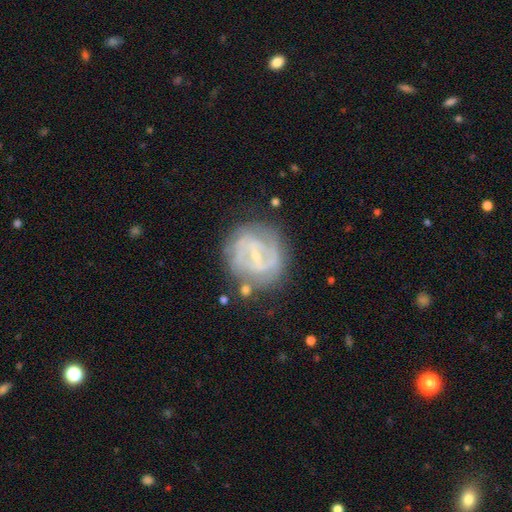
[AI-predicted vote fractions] Smooth or featured? featured or disk (77%)
Edge-on disk? no (97%)
Bar? weak (45%)
Spiral arms? yes (73%)
Spiral winding? tight (54%)
Spiral arm count? 2 (49%)
Bulge size? small (70%)
Merging? none (70%)